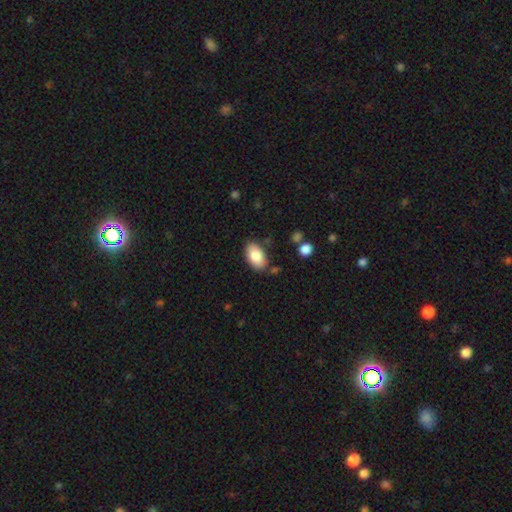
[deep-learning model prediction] Overall: smooth (84%). How rounded: in between (94%). Merging: none (82%).